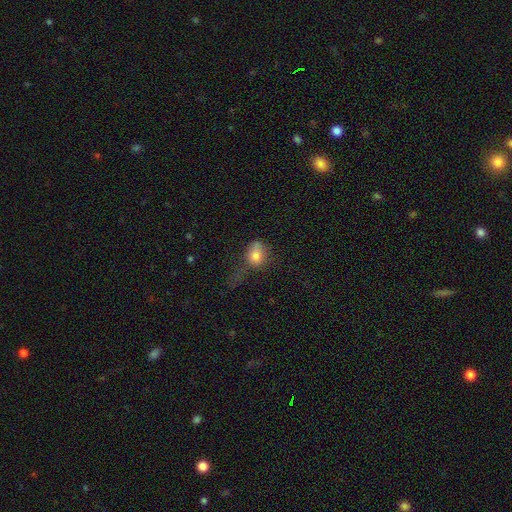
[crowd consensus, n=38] A smooth galaxy with no disk features (79%) that is round (57%).

Vote fractions:
- Smooth or featured? smooth: 79% / featured or disk: 16% / star or artifact: 5%
- How rounded? round: 57% / in between: 40% / cigar-shaped: 3%
- Merging? major disturbance: 33% / none: 31% / minor disturbance: 25% / merger: 11%